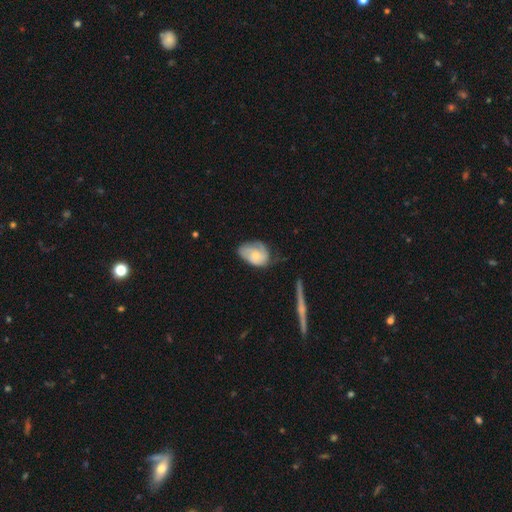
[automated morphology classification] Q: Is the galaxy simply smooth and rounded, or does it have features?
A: smooth — 51%.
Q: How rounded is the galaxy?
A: in between — 80%.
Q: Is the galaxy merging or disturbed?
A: none — 42%.